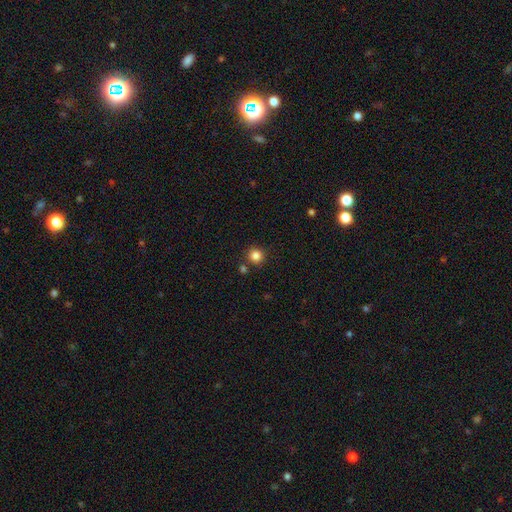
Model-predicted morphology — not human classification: Q: Smooth or featured?
A: smooth (84%); runner-up: star or artifact (12%)
Q: How rounded?
A: round (94%); runner-up: in between (5%)
Q: Merging?
A: none (85%); runner-up: minor disturbance (7%)